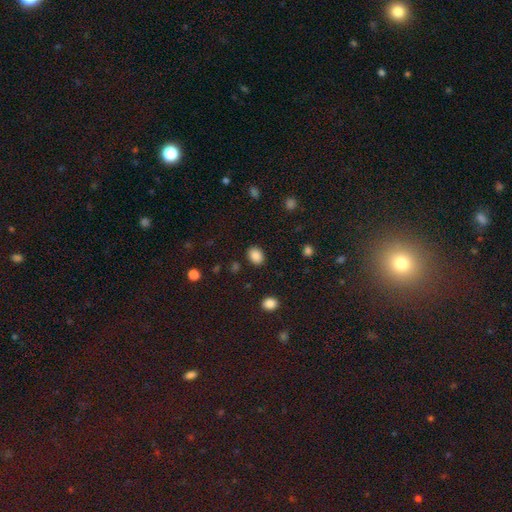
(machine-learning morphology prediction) type=smooth (87%); roundness=in between (62%); merging=none (88%).